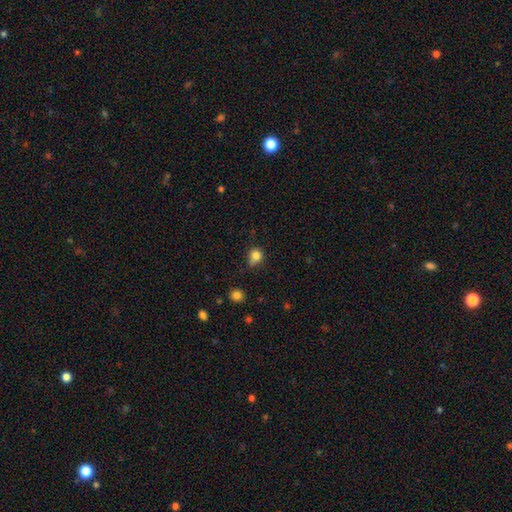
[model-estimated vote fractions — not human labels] Q: Smooth or featured?
A: smooth (82%); runner-up: star or artifact (12%)
Q: How rounded?
A: round (73%); runner-up: in between (26%)
Q: Merging?
A: none (58%); runner-up: minor disturbance (31%)